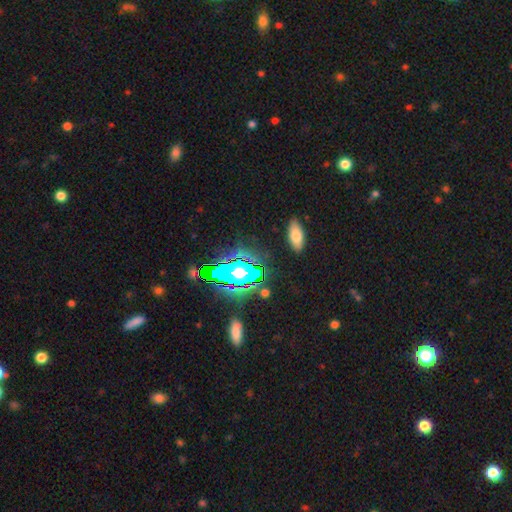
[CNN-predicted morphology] Q: Smooth or featured?
A: star or artifact (79%); runner-up: smooth (12%)